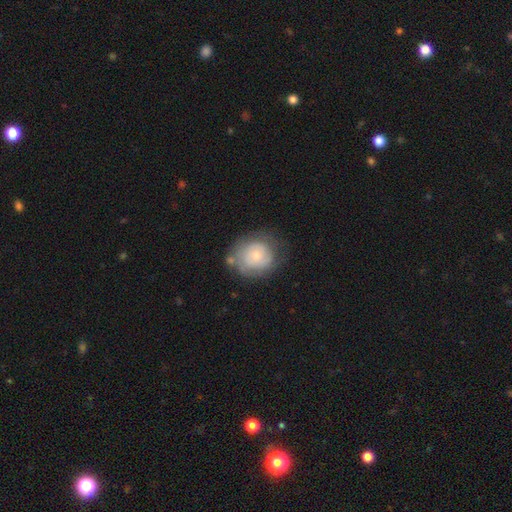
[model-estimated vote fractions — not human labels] The model was most divided on "smooth or featured": smooth: 47%, featured or disk: 46%, star or artifact: 7%. More confident: merging — none (63%).